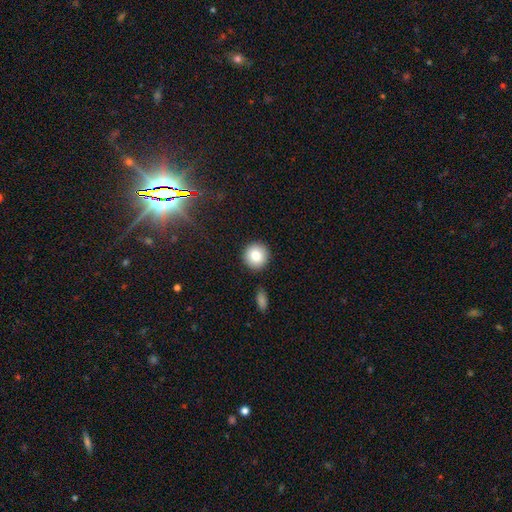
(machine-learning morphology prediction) The model was most divided on "smooth or featured": smooth: 82%, star or artifact: 9%, featured or disk: 9%. More confident: how rounded — round (93%); merging — none (89%).